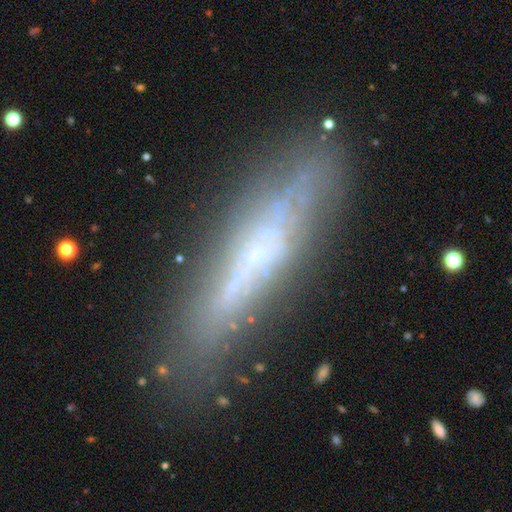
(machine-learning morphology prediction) Smooth or featured? featured or disk (63%)
Edge-on disk? yes (73%)
Merging? none (77%)